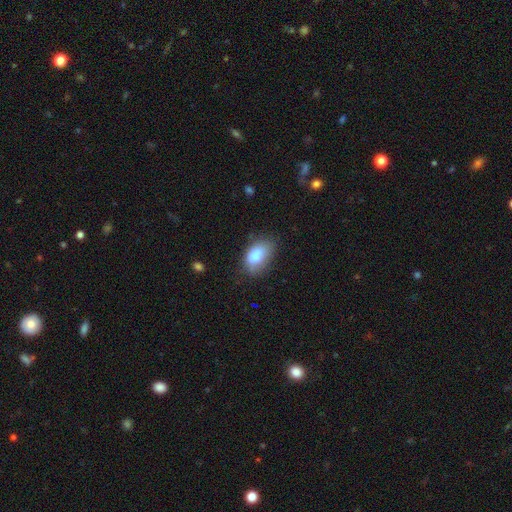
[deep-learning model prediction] A smooth galaxy with no disk features (80%) that is in between round and cigar-shaped (90%). Merging: none (55%).